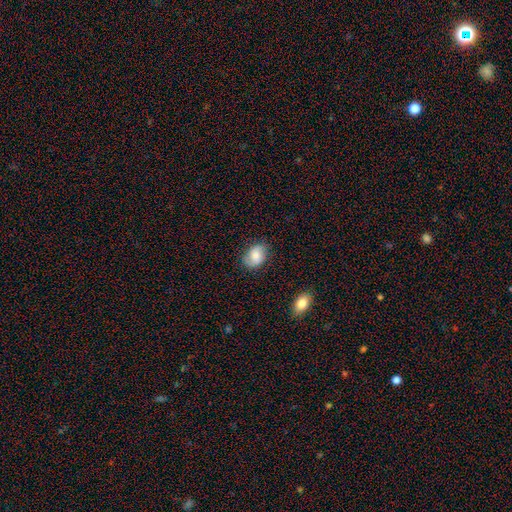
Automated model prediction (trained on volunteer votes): A smooth galaxy with no disk features (69%) that is in between round and cigar-shaped (71%).

Vote fractions:
- Smooth or featured? smooth: 69% / featured or disk: 23% / star or artifact: 8%
- How rounded? in between: 71% / round: 28% / cigar-shaped: 1%
- Merging? none: 75% / minor disturbance: 19% / major disturbance: 4% / merger: 2%